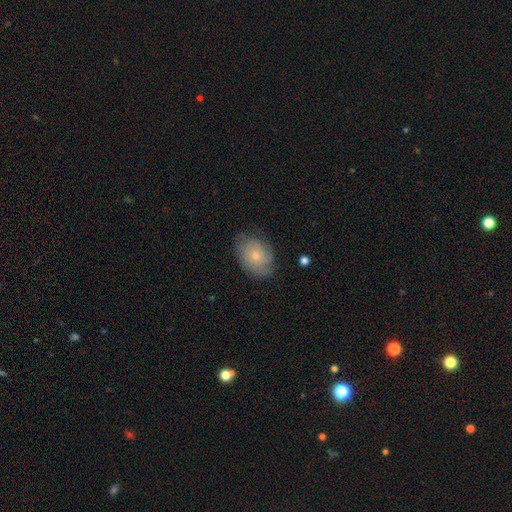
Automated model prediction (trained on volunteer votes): This appears to be a smooth galaxy with no disk features (50%) that is in between round and cigar-shaped (66%). Merging: none (70%).